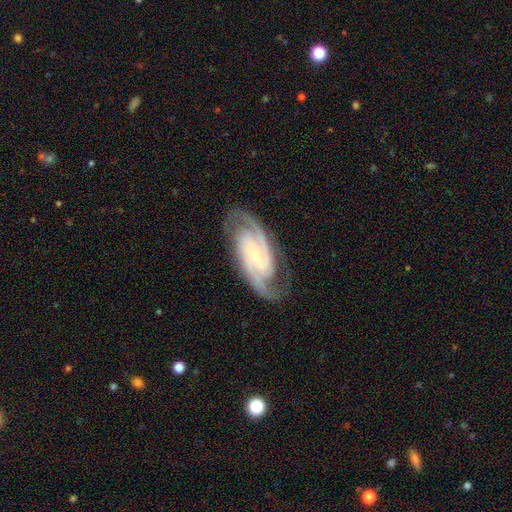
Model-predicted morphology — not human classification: type=featured or disk (92%); edge-on=no (96%); bar=no (41%); spiral arms=yes (98%); winding=tight (46%, tied with medium); arm count=2 (82%); bulge=small (76%); merging=none (81%).